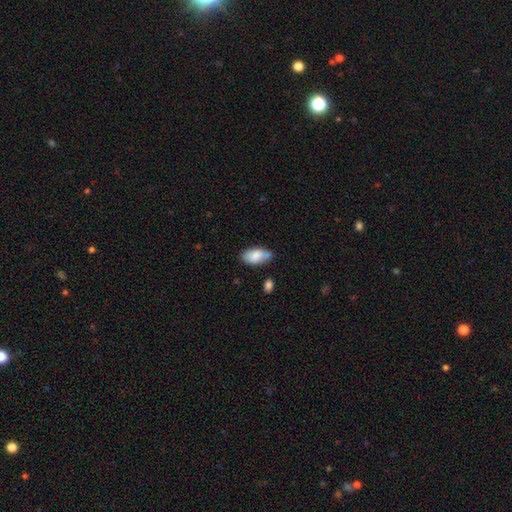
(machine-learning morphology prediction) Smooth or featured? smooth (82%)
How rounded? in between (94%)
Merging? none (64%)